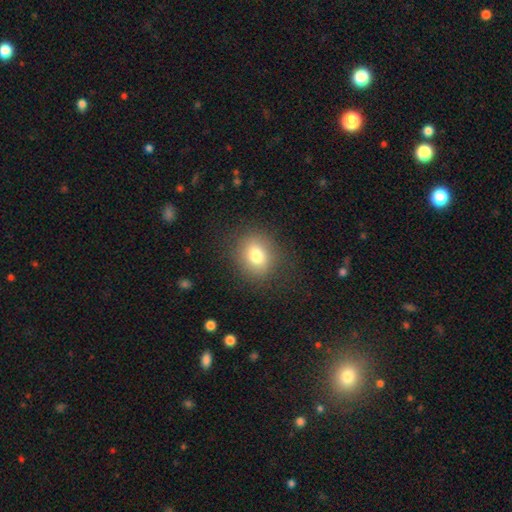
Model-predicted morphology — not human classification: Smooth or featured? Predicted: smooth (p=0.77). How rounded? Predicted: round (p=0.64). Merging? Predicted: none (p=0.84).